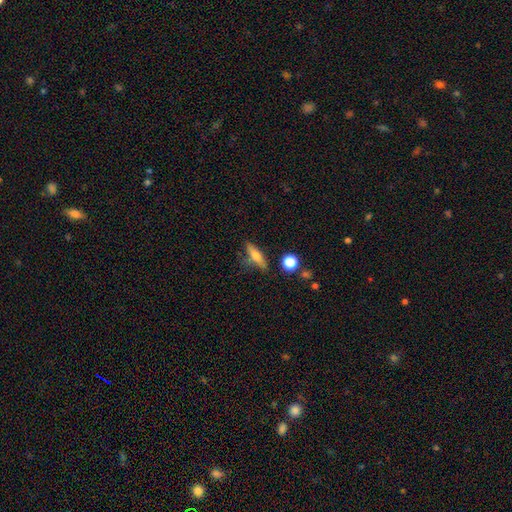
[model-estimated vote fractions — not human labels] A smooth galaxy with no disk features (57%) that is cigar-shaped (64%).

Vote fractions:
- Smooth or featured? smooth: 57% / featured or disk: 34% / star or artifact: 9%
- How rounded? cigar-shaped: 64% / in between: 30% / round: 5%
- Merging? none: 71% / minor disturbance: 18% / major disturbance: 6% / merger: 5%